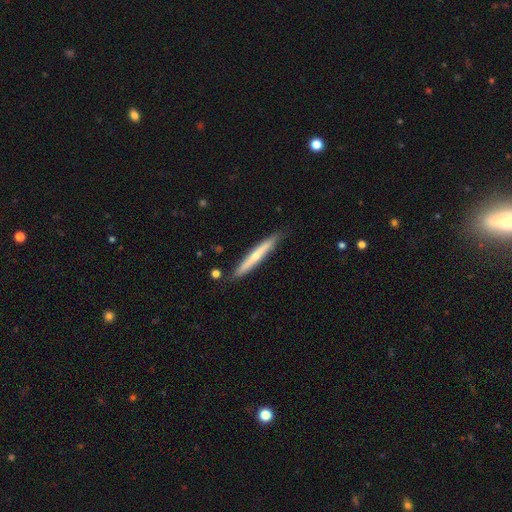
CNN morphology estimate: Smooth or featured? smooth (51%)
How rounded? cigar-shaped (96%)
Merging? none (86%)